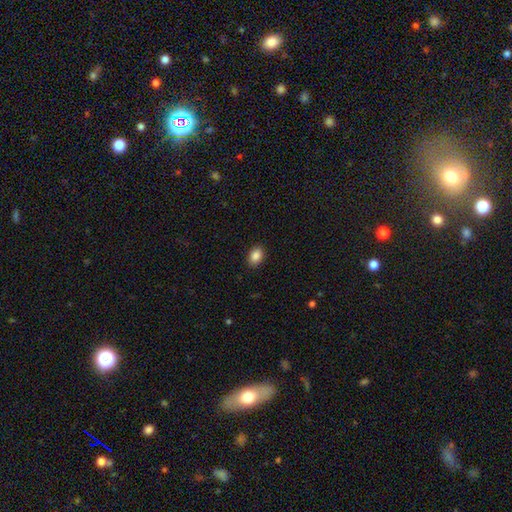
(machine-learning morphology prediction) A smooth galaxy with no disk features (88%) that is in between round and cigar-shaped (73%). Merging: none (90%).